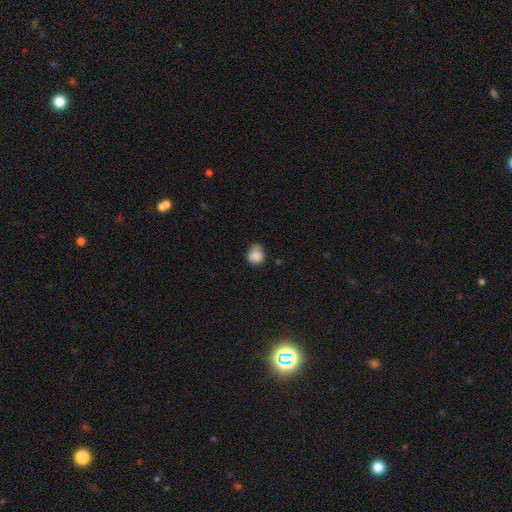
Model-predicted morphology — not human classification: smooth-or-featured: smooth: 86% | star or artifact: 9% | featured or disk: 5%
  how-rounded: round: 76% | in between: 23% | cigar-shaped: 1%
  merging: none: 55% | minor disturbance: 35% | major disturbance: 8% | merger: 3%